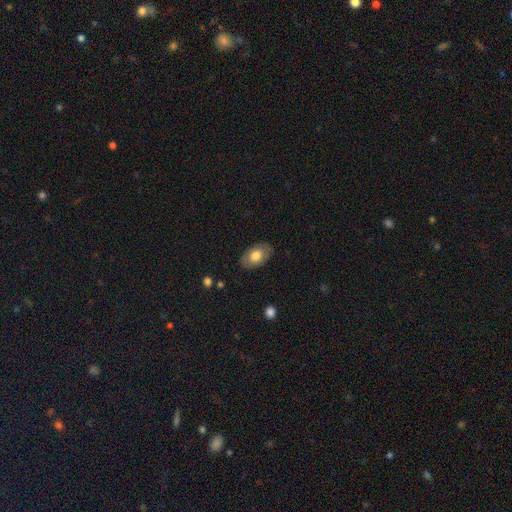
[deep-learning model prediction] A smooth galaxy with no disk features (70%) that is in between round and cigar-shaped (91%). Merging: none (83%).